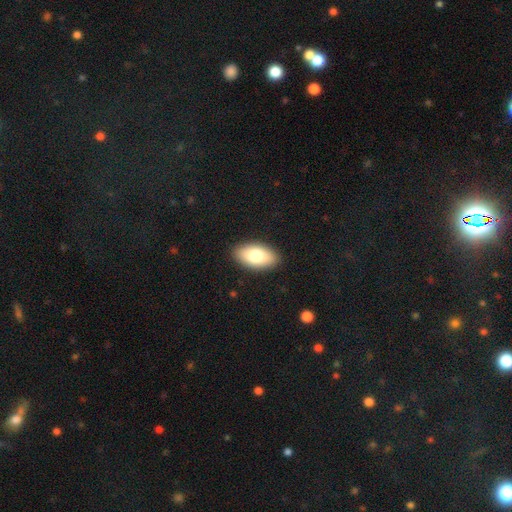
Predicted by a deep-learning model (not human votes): Smooth or featured? smooth (79%)
How rounded? in between (95%)
Merging? none (90%)